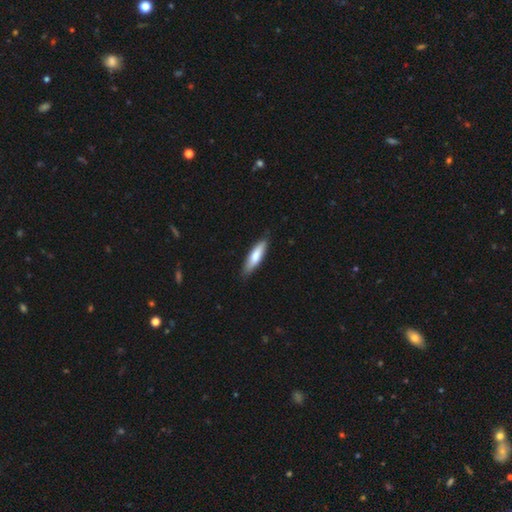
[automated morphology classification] This appears to be a smooth galaxy with no disk features (72%) that is cigar-shaped (66%). Merging: none (83%).